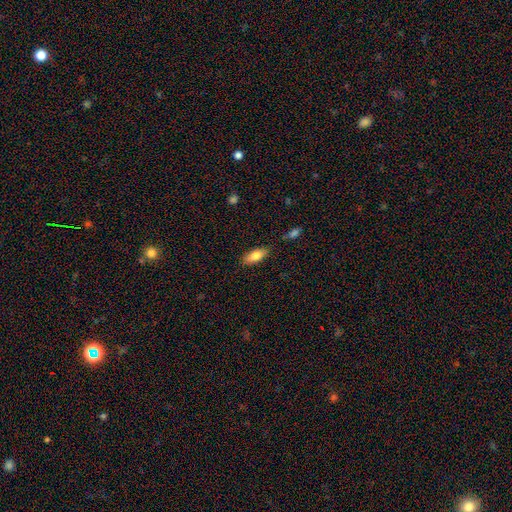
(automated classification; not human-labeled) This appears to be a smooth galaxy with no disk features (77%) that is in between round and cigar-shaped (76%). Merging: none (83%).